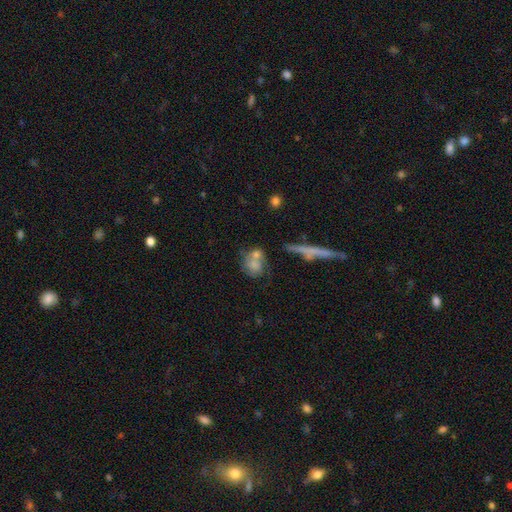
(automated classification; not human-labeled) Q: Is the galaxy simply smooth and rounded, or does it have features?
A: smooth — 54%.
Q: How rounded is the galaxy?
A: round — 60%.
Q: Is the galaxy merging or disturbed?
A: none — 48%.